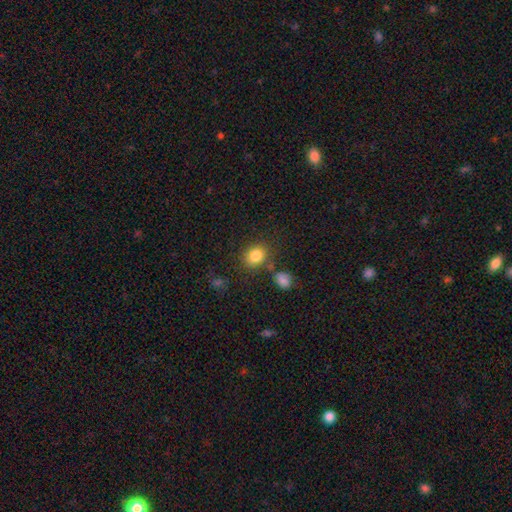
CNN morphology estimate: type=smooth (83%); roundness=round (59%); merging=none (74%).